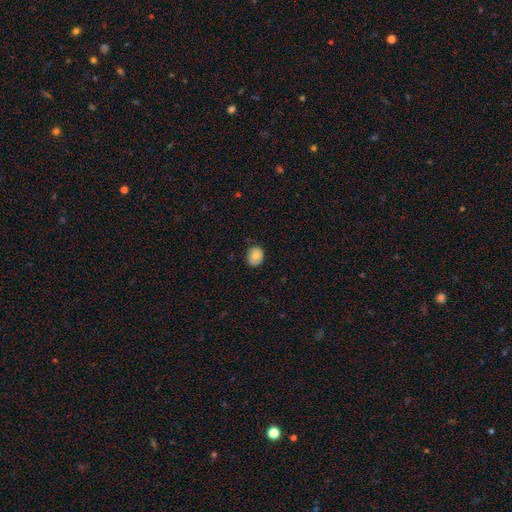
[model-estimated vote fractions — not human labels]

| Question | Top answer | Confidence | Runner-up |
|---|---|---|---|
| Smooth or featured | smooth | 77% | featured or disk (15%) |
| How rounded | round | 59% | in between (40%) |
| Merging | none | 77% | minor disturbance (19%) |